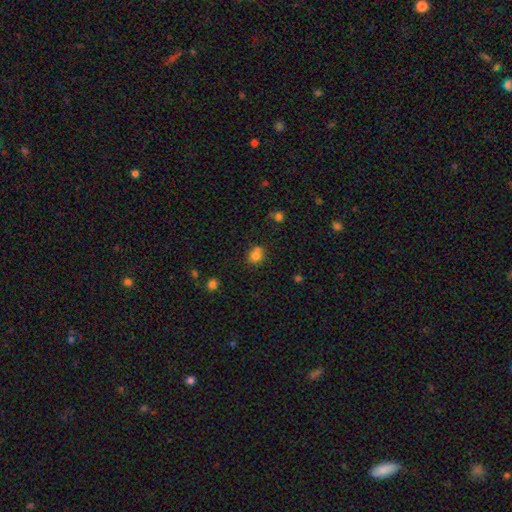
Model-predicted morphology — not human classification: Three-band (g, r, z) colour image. It shows a smooth galaxy with no disk features (76%) that is round (72%). Merging: none (51%).